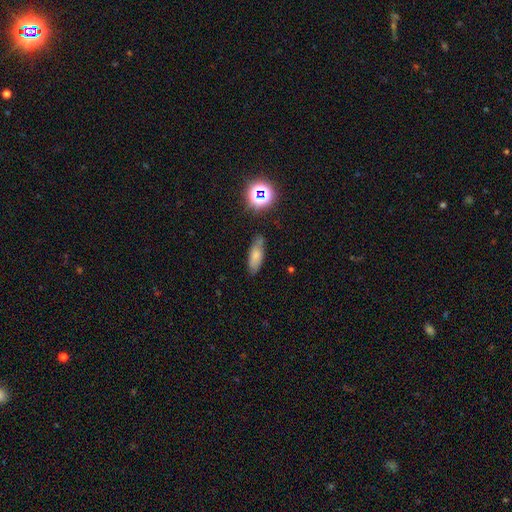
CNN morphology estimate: Smooth or featured: smooth — 71% (featured or disk — 16%)
How rounded: in between — 68% (cigar-shaped — 28%)
Merging: none — 73% (minor disturbance — 18%)